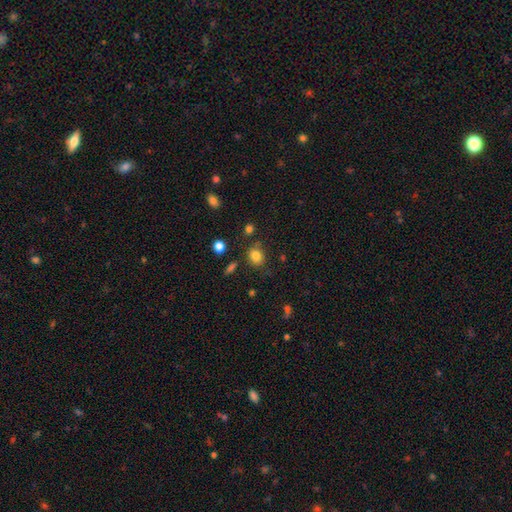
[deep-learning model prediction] Morphology: type=smooth (82%); roundness=round (67%); merging=none (77%).